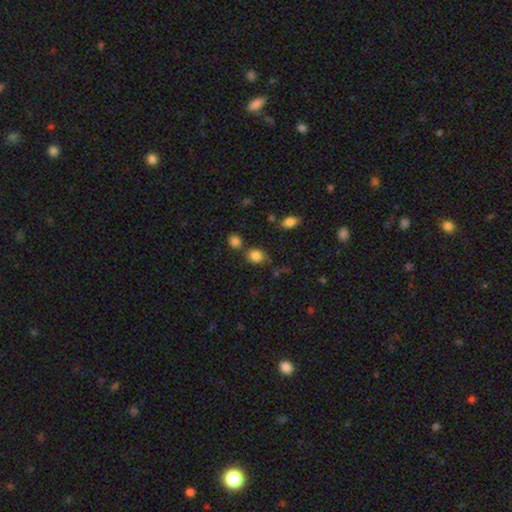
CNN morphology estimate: smooth_or_featured: smooth (p=0.84) [alt: star or artifact p=0.10]
how_rounded: round (p=0.55) [alt: in between p=0.44]
merging: none (p=0.69) [alt: minor disturbance p=0.14]